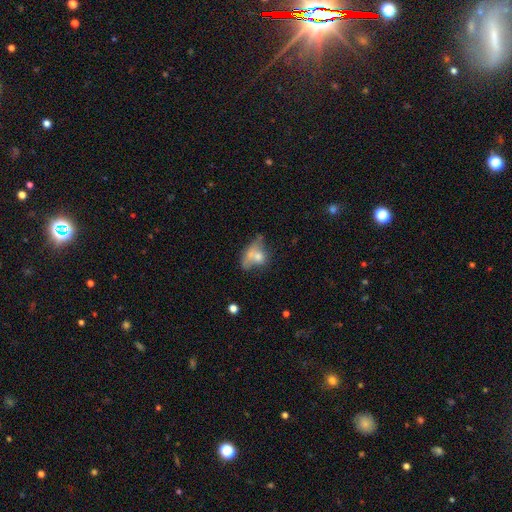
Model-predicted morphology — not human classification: Smooth or featured: smooth — 58% (featured or disk — 30%)
How rounded: in between — 66% (round — 30%)
Merging: merger — 39% (none — 24%)